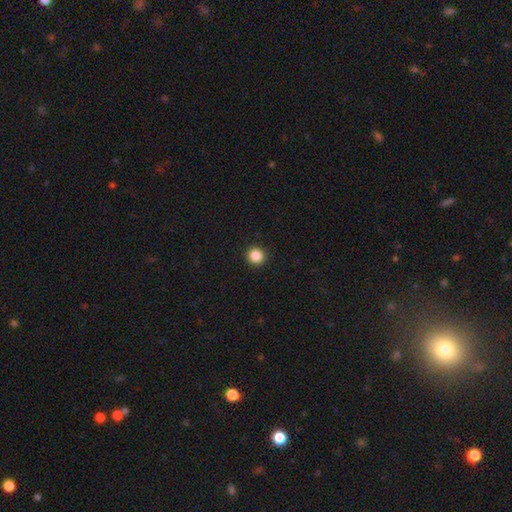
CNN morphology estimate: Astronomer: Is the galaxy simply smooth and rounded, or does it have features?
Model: smooth — 86%.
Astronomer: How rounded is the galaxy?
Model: round — 93%.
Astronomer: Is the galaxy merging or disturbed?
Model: none — 93%.